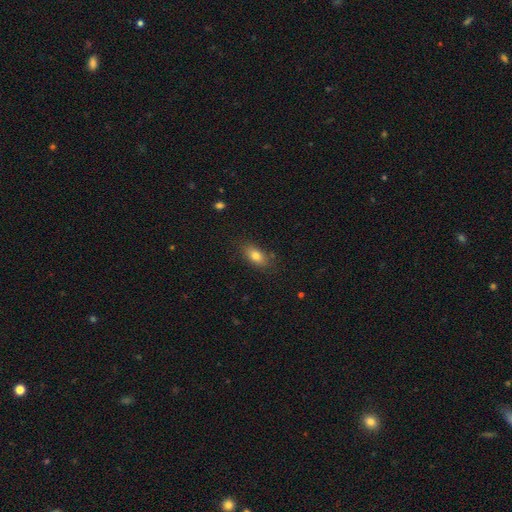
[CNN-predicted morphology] Smooth or featured: smooth — 80% (featured or disk — 11%)
How rounded: in between — 86% (cigar-shaped — 7%)
Merging: none — 81% (minor disturbance — 13%)